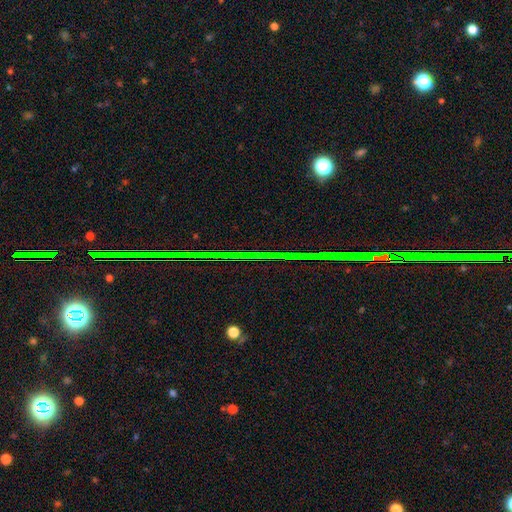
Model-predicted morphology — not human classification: The model was most divided on "smooth or featured": star or artifact: 84%, featured or disk: 9%, smooth: 7%.